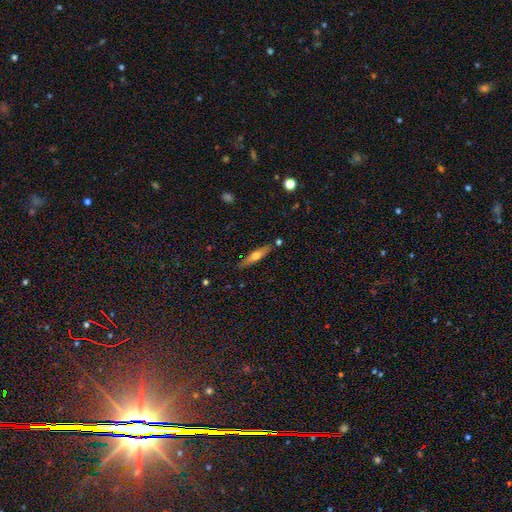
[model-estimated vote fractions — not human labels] Q: Smooth or featured?
A: smooth (47%); runner-up: featured or disk (46%)
Q: Merging?
A: none (83%); runner-up: minor disturbance (11%)